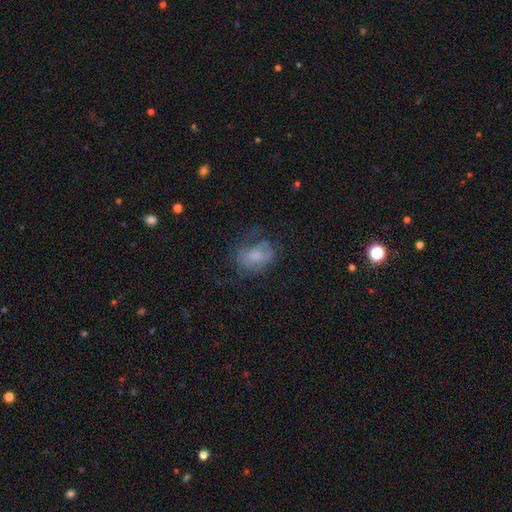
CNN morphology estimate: Smooth or featured: smooth — 51% (featured or disk — 38%)
How rounded: in between — 72% (round — 26%)
Merging: none — 42% (major disturbance — 31%)